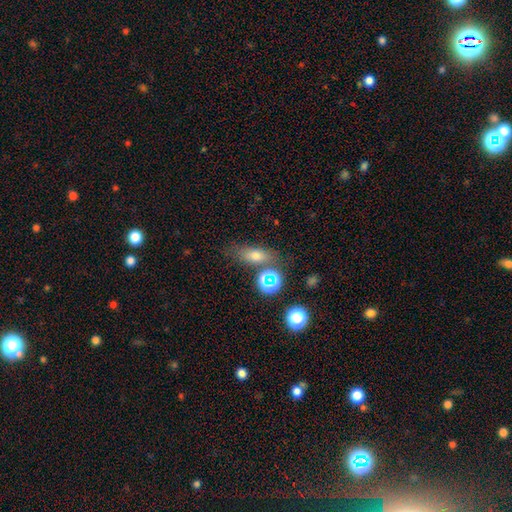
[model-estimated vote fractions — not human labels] This appears to be a smooth galaxy with no disk features (64%) that is in between round and cigar-shaped (62%). Merging: none (65%).